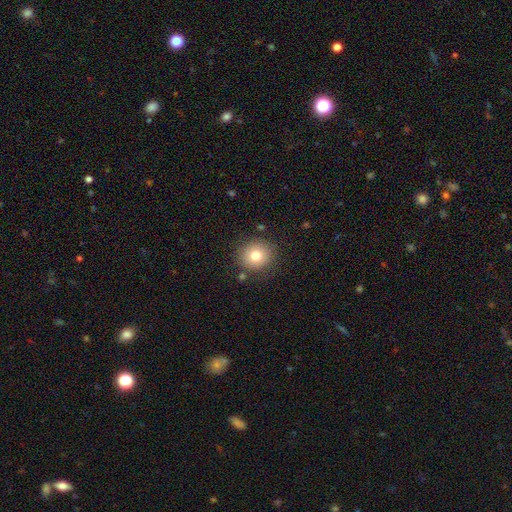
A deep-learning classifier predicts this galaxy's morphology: Overall: smooth (78%). How rounded: round (87%). Merging: none (85%).